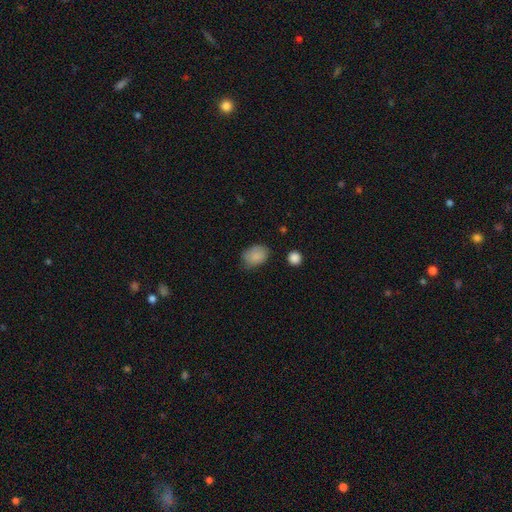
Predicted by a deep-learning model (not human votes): Morphology: type=smooth (87%); roundness=in between (75%); merging=none (72%).